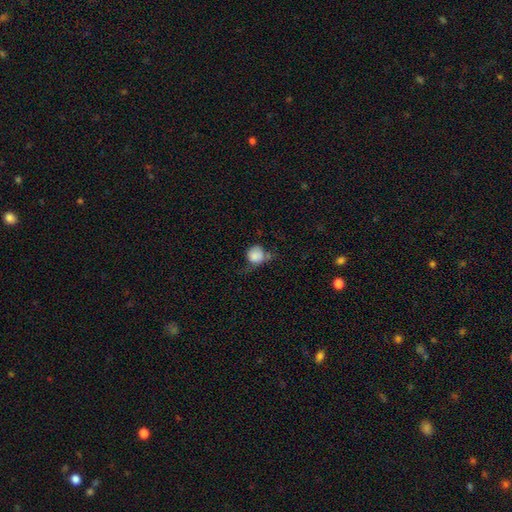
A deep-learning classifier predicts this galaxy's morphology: Smooth or featured? smooth (78%)
How rounded? round (84%)
Merging? none (37%)